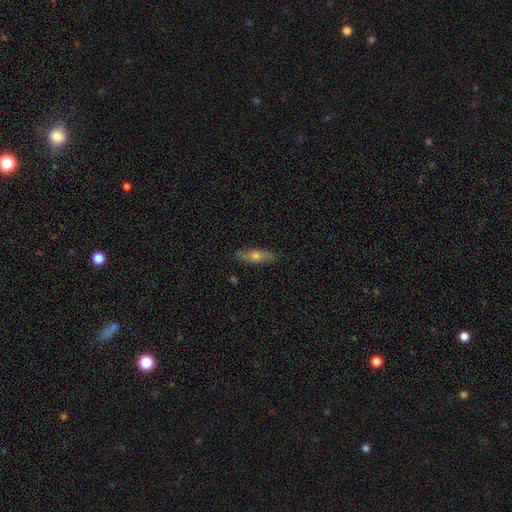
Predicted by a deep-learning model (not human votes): Smooth or featured? smooth (51%)
How rounded? cigar-shaped (68%)
Merging? none (87%)